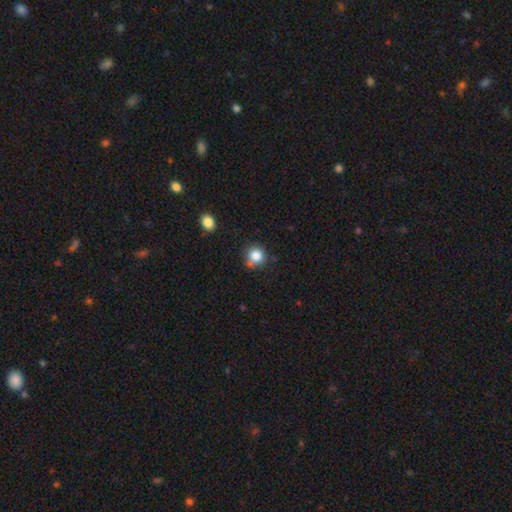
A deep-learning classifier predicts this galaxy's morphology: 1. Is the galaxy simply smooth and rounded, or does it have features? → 83% smooth, 11% star or artifact, 6% featured or disk.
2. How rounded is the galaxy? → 86% round, 13% in between, 1% cigar-shaped.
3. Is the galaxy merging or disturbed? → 69% none, 14% minor disturbance, 13% merger, 4% major disturbance.